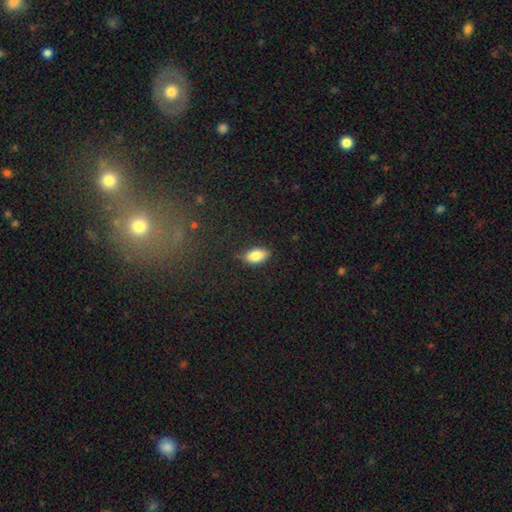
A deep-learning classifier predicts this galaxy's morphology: Smooth or featured? Predicted: smooth (p=0.83). How rounded? Predicted: in between (p=0.90). Merging? Predicted: none (p=0.81).